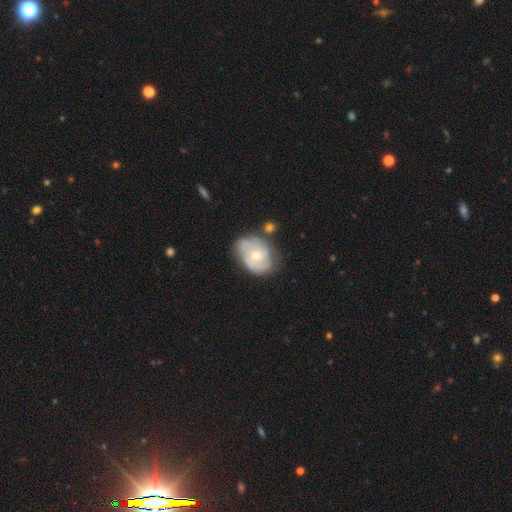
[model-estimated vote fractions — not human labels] The model was most divided on "spiral arm count": 2: 38%, can't tell: 33%, 3: 17%, 4: 5%, 1: 4%, more than 4: 3%. Remaining: edge-on disk — no (97%); spiral arms — yes (83%); bar — no (74%); smooth or featured — featured or disk (69%); bulge size — small (60%); merging — none (59%); spiral winding — tight (49%).